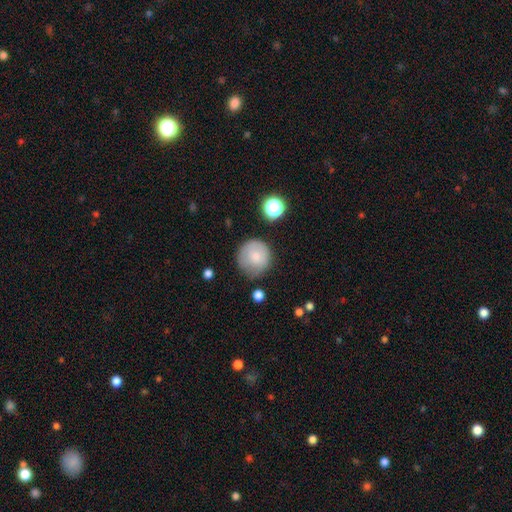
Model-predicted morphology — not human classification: Smooth or featured? smooth (79%)
How rounded? round (93%)
Merging? none (72%)